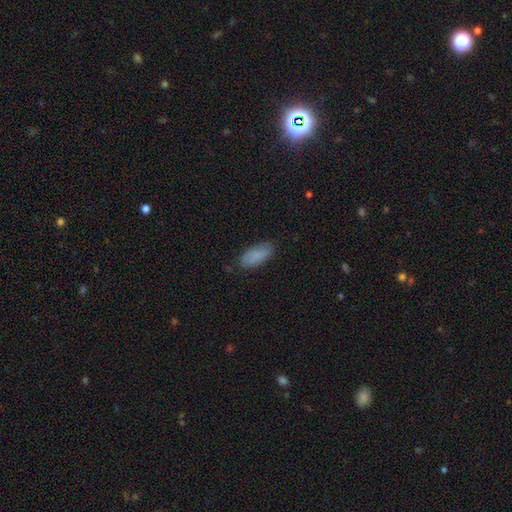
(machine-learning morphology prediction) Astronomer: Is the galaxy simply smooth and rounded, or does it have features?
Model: smooth — 84%.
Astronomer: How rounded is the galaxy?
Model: in between — 84%.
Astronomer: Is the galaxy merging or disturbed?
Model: none — 79%.